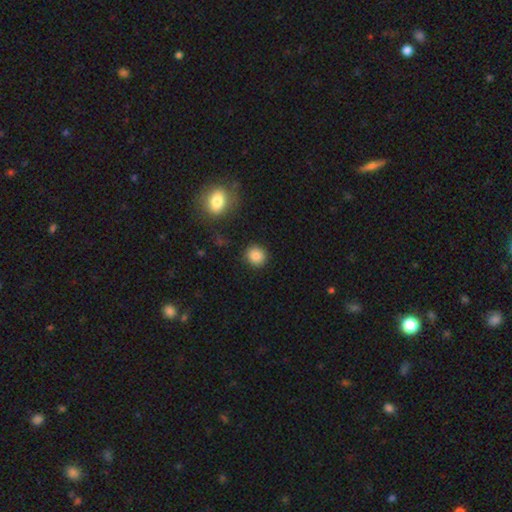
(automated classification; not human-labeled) Morphology: type=smooth (86%); roundness=round (87%); merging=none (89%).